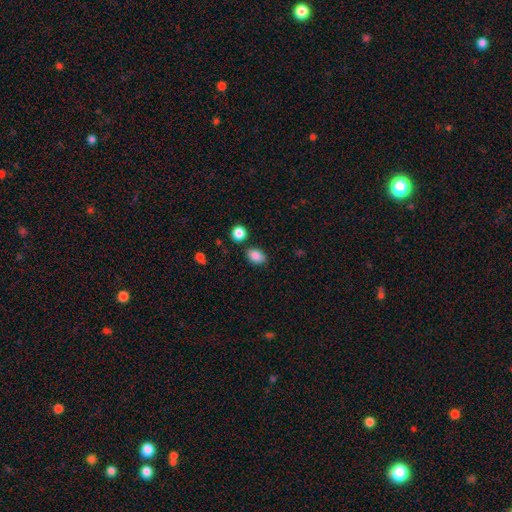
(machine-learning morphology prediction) The model was most divided on "how rounded": in between: 76%, round: 23%, cigar-shaped: 1%. More confident: smooth or featured — smooth (86%); merging — none (78%).